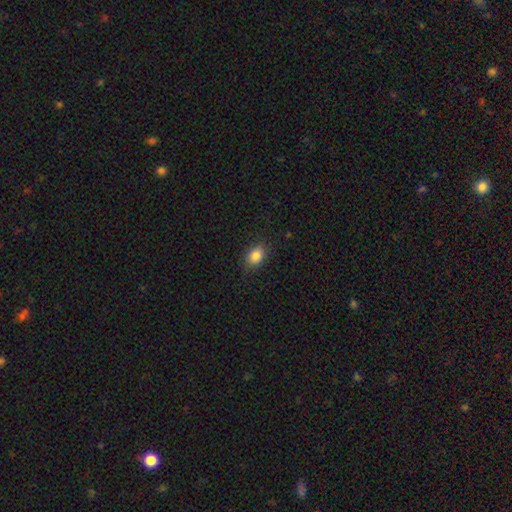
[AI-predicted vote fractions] Overall: smooth (86%). How rounded: in between (74%). Merging: none (85%).